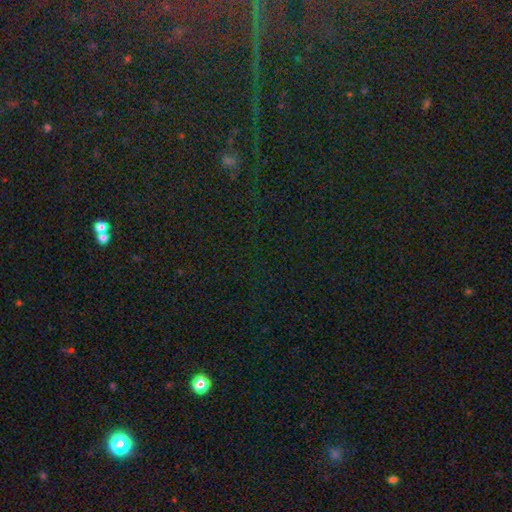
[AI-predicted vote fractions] A star or artifact, not a galaxy (83%).